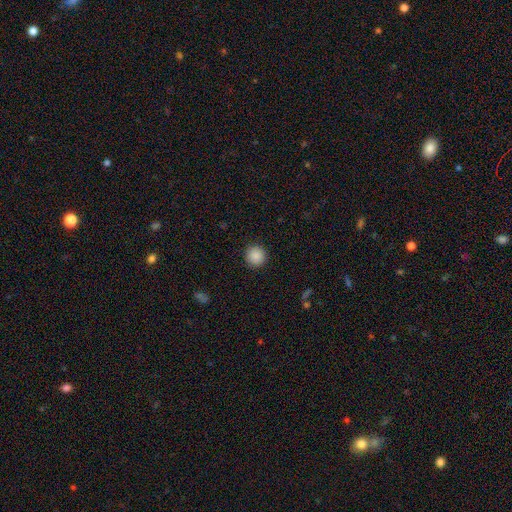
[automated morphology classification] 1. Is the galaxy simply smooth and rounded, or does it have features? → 88% smooth, 9% star or artifact, 3% featured or disk.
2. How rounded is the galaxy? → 95% round, 4% in between, 1% cigar-shaped.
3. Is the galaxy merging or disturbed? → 92% none, 5% minor disturbance, 2% major disturbance, 1% merger.